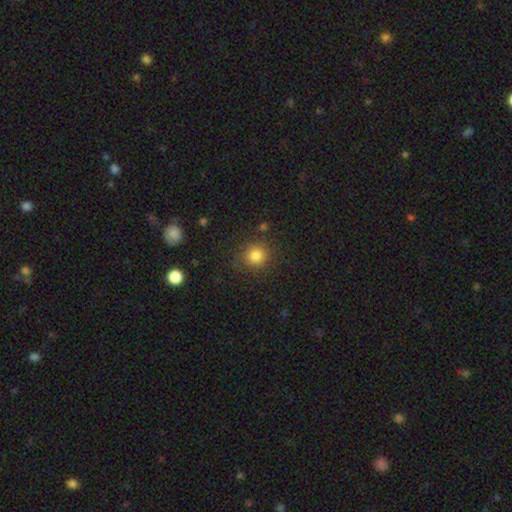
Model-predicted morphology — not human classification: smooth-or-featured: smooth: 82% | star or artifact: 13% | featured or disk: 5%
  how-rounded: round: 89% | in between: 10% | cigar-shaped: 1%
  merging: none: 86% | minor disturbance: 9% | major disturbance: 3% | merger: 2%